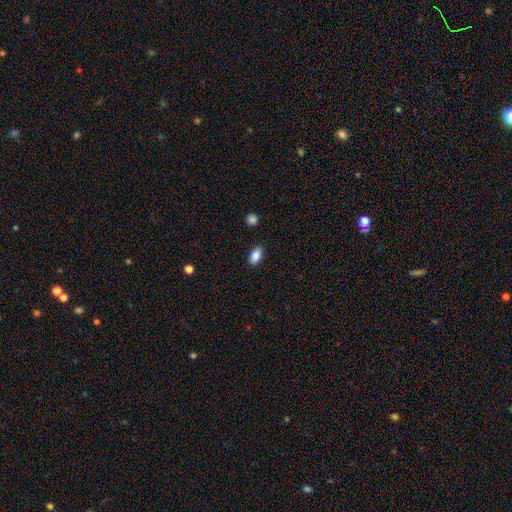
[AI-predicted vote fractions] Q: Smooth or featured?
A: smooth (86%); runner-up: star or artifact (8%)
Q: How rounded?
A: in between (91%); runner-up: round (6%)
Q: Merging?
A: none (87%); runner-up: minor disturbance (9%)